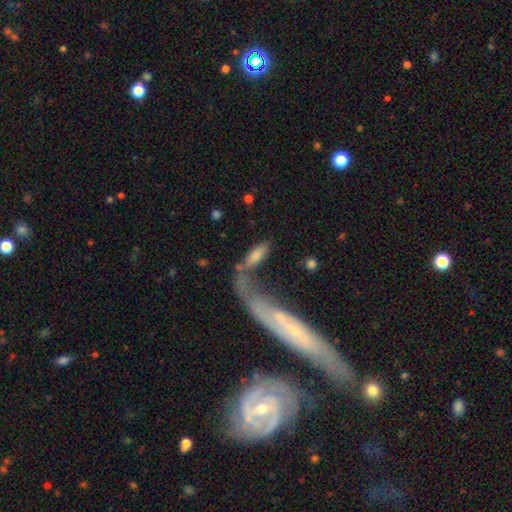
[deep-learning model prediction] smooth-or-featured: smooth: 74% | featured or disk: 19% | star or artifact: 7%
  how-rounded: in between: 60% | cigar-shaped: 36% | round: 3%
  merging: none: 40% | merger: 32% | minor disturbance: 15% | major disturbance: 12%